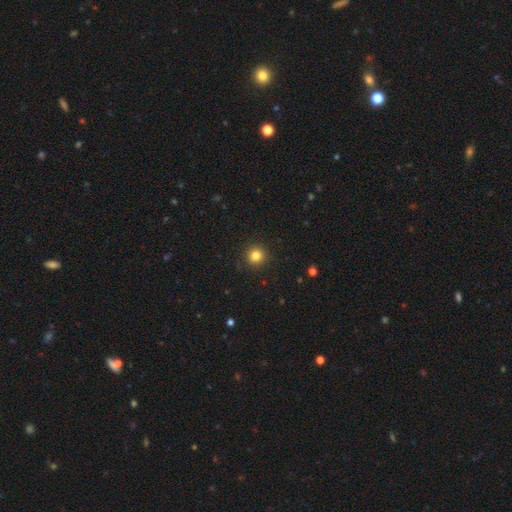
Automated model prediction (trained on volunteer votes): A smooth galaxy with no disk features (83%) that is round (93%).

Vote fractions:
- Smooth or featured? smooth: 83% / star or artifact: 12% / featured or disk: 5%
- How rounded? round: 93% / in between: 6% / cigar-shaped: 1%
- Merging? none: 91% / minor disturbance: 6% / major disturbance: 2% / merger: 1%